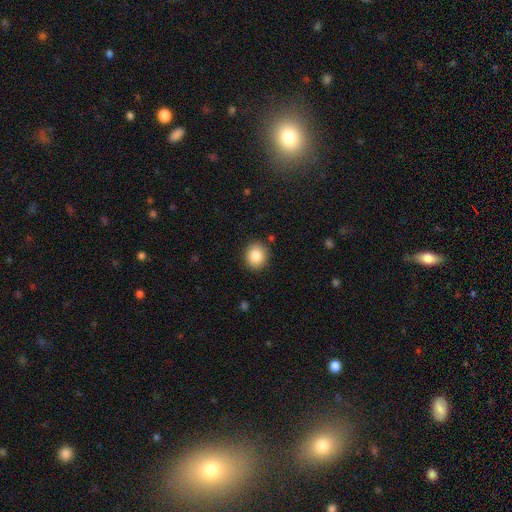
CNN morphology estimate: This is clearly a smooth galaxy (86%). How rounded: clearly round (82%). Merging: clearly none (89%).